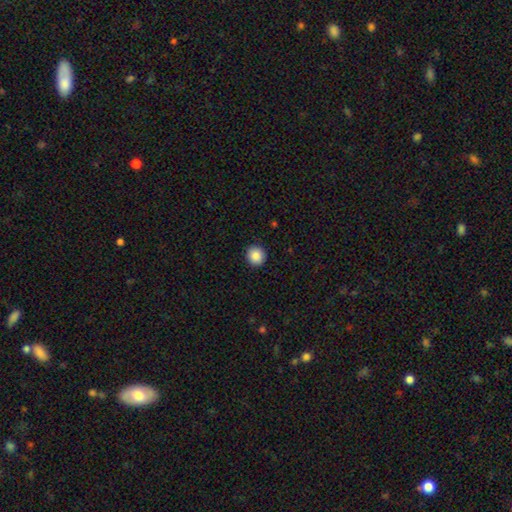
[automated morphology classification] smooth-or-featured: smooth: 88% | star or artifact: 9% | featured or disk: 3%
  how-rounded: round: 90% | in between: 9% | cigar-shaped: 1%
  merging: none: 93% | minor disturbance: 5% | major disturbance: 2% | merger: 1%